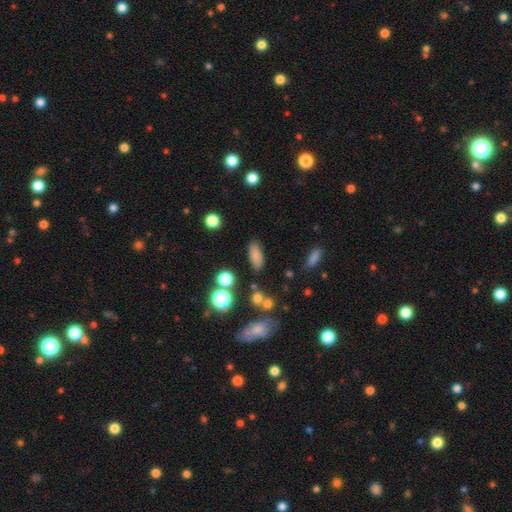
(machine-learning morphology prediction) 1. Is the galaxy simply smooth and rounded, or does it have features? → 81% smooth, 12% star or artifact, 7% featured or disk.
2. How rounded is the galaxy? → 76% in between, 19% cigar-shaped, 5% round.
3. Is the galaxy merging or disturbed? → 82% none, 11% minor disturbance, 4% major disturbance, 3% merger.